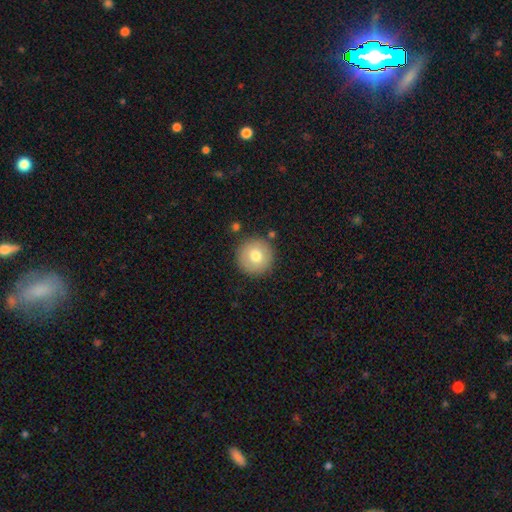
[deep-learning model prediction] This appears to be a smooth galaxy with no disk features (75%) that is round (96%). Merging: none (87%).